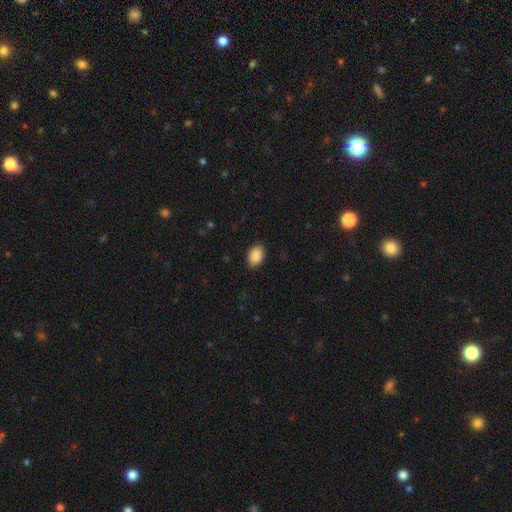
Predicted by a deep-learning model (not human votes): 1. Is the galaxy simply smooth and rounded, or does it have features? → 90% smooth, 7% star or artifact, 3% featured or disk.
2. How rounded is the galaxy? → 89% in between, 10% round, 1% cigar-shaped.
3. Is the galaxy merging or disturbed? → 89% none, 8% minor disturbance, 2% major disturbance, 1% merger.